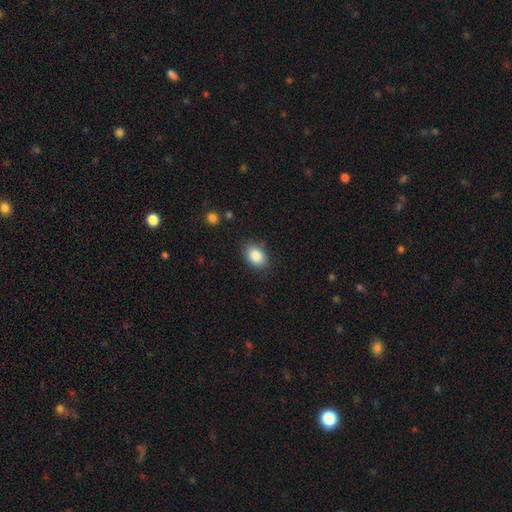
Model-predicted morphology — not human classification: Smooth or featured: smooth — 86% (star or artifact — 8%)
How rounded: in between — 77% (round — 22%)
Merging: none — 84% (minor disturbance — 12%)